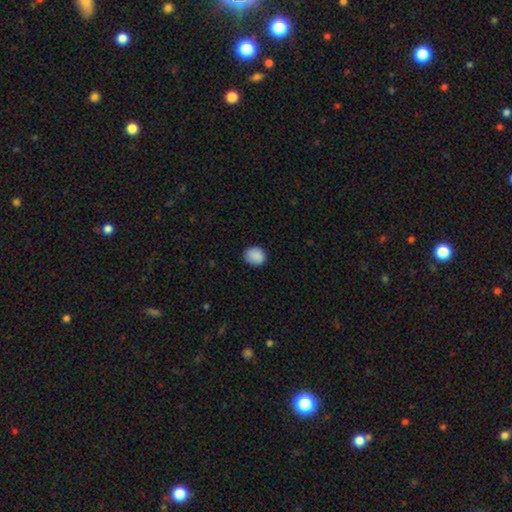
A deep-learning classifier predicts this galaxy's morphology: The model was most divided on "how rounded": round: 67%, in between: 32%, cigar-shaped: 1%. More confident: smooth or featured — smooth (89%); merging — none (83%).